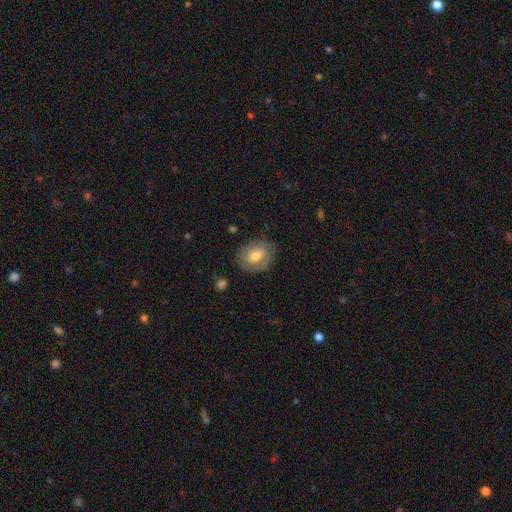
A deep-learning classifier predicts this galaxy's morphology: Smooth or featured?
  - smooth: 48% *
  - featured or disk: 44%
  - star or artifact: 8%
Merging?
  - none: 77% *
  - minor disturbance: 16%
  - major disturbance: 6%
  - merger: 1%